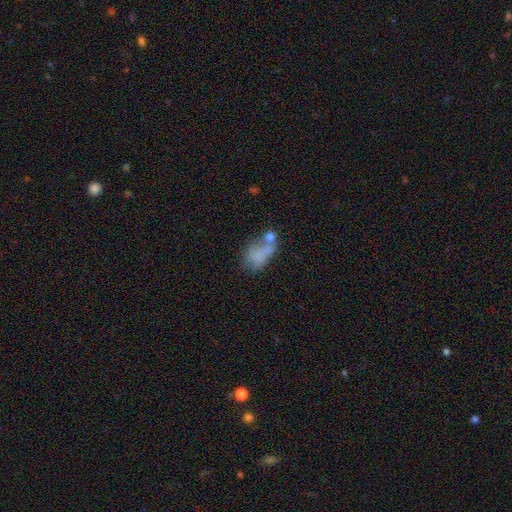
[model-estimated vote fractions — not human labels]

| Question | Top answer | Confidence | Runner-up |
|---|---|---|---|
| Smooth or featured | smooth | 60% | featured or disk (27%) |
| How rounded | in between | 83% | round (13%) |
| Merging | merger | 38% | major disturbance (24%) |